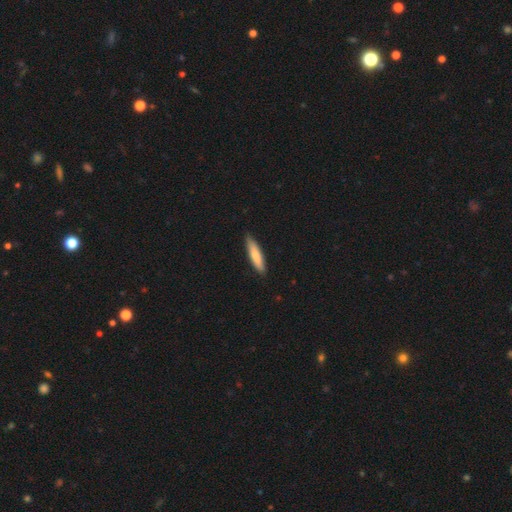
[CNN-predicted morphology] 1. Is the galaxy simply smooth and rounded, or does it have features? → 77% smooth, 18% featured or disk, 5% star or artifact.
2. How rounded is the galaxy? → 81% cigar-shaped, 17% in between, 1% round.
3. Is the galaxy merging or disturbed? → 85% none, 12% minor disturbance, 2% major disturbance, 1% merger.